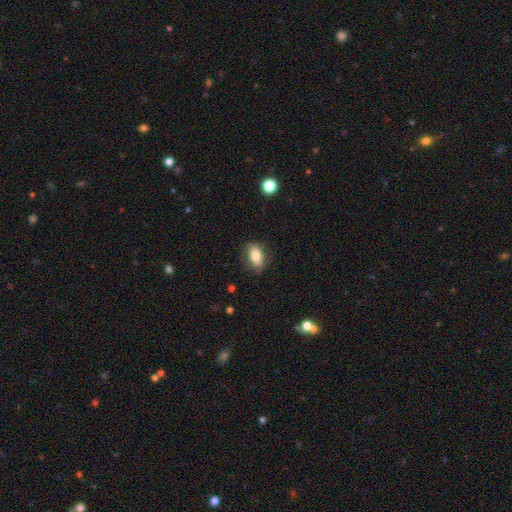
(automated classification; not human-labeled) This is likely a smooth galaxy (79%). How rounded: clearly in between (86%). Merging: clearly none (81%).